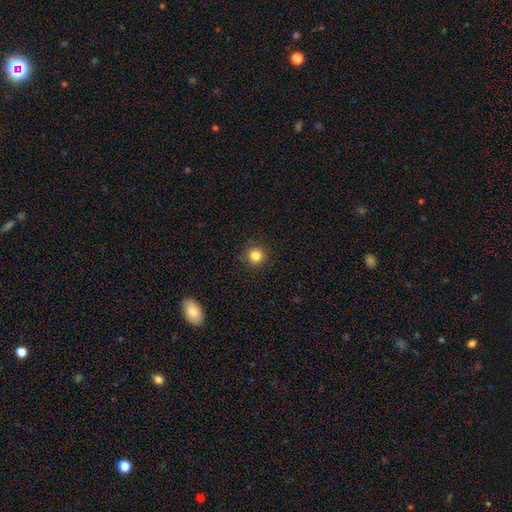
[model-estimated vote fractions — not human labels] Smooth or featured? smooth (83%)
How rounded? round (95%)
Merging? none (91%)